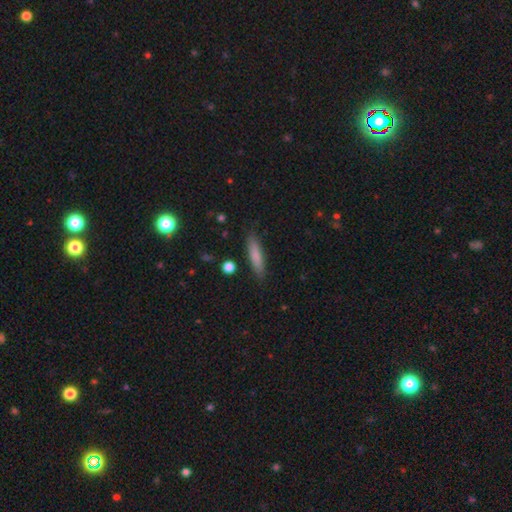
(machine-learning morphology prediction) The model was most divided on "how rounded": cigar-shaped: 80%, in between: 19%, round: 2%. More confident: merging — none (87%); smooth or featured — smooth (80%).